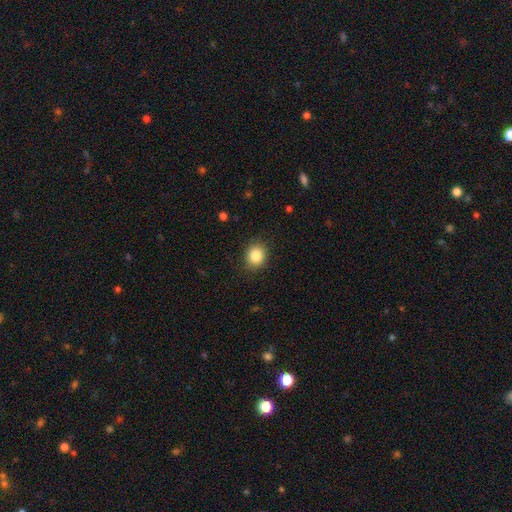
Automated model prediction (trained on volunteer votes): smooth_or_featured: smooth (p=0.85) [alt: star or artifact p=0.10]
how_rounded: round (p=0.70) [alt: in between p=0.29]
merging: none (p=0.88) [alt: minor disturbance p=0.09]